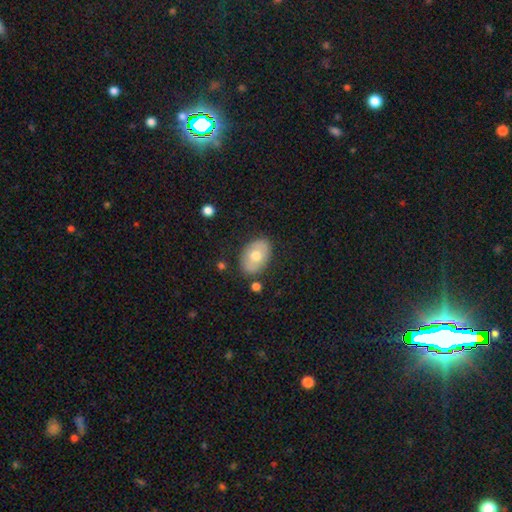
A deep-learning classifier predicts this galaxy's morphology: Smooth or featured? smooth (66%)
How rounded? in between (86%)
Merging? none (81%)